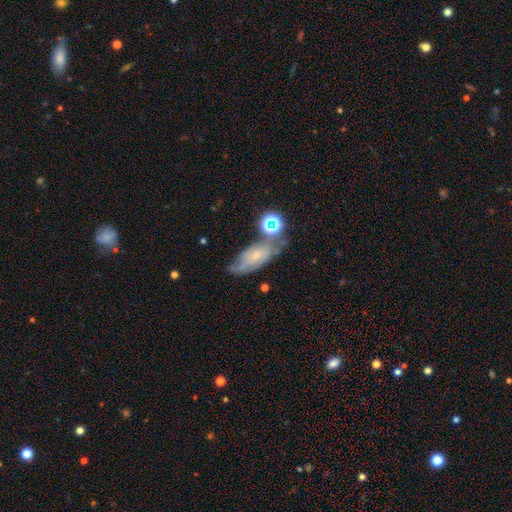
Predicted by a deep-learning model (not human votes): Smooth or featured?
  - featured or disk: 55% *
  - smooth: 31%
  - star or artifact: 14%
Edge-on disk?
  - no: 88% *
  - yes: 12%
Merging?
  - none: 45% *
  - minor disturbance: 25%
  - merger: 15%
  - major disturbance: 14%